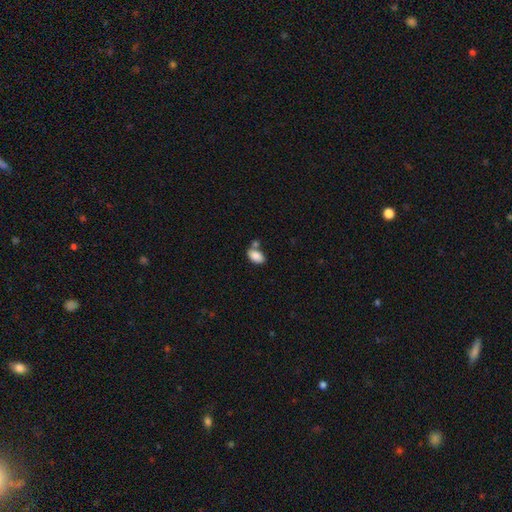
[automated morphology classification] Overall: smooth (87%). How rounded: in between (92%). Merging: none (56%; merger 25%).